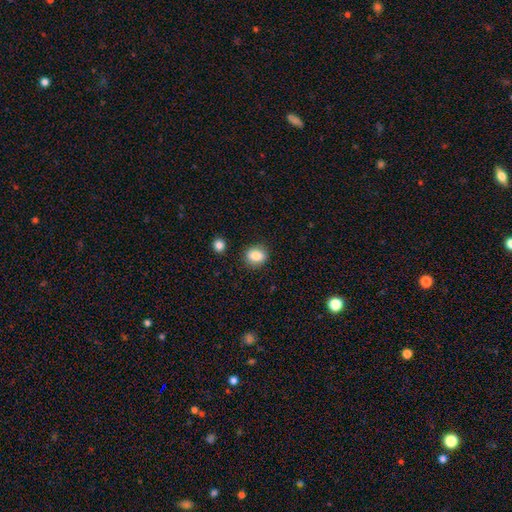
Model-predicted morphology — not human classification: This is clearly a smooth galaxy (84%). How rounded: possibly round (58%). Merging: clearly none (84%).